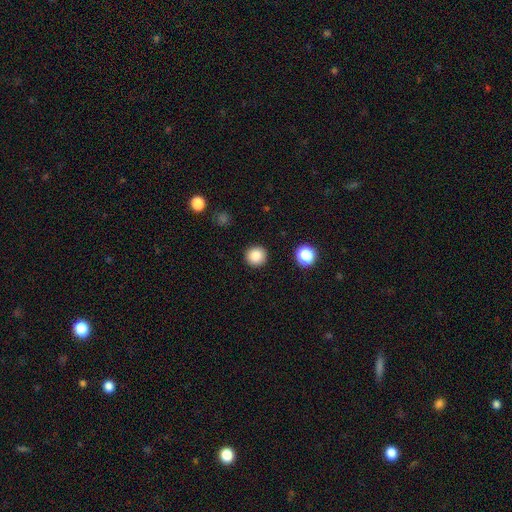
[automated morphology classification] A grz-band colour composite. It shows a smooth galaxy with no disk features (86%) that is round (94%). Merging: none (92%).